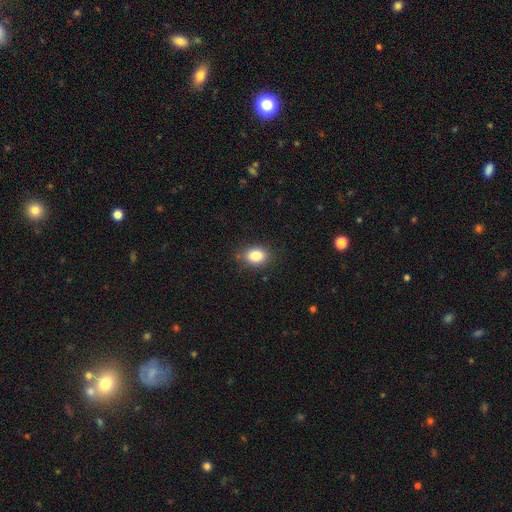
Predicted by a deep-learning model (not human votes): smooth 85%, star or artifact 9%, featured or disk 5%. Down the decision tree: how rounded — in between (67%); merging — none (82%).